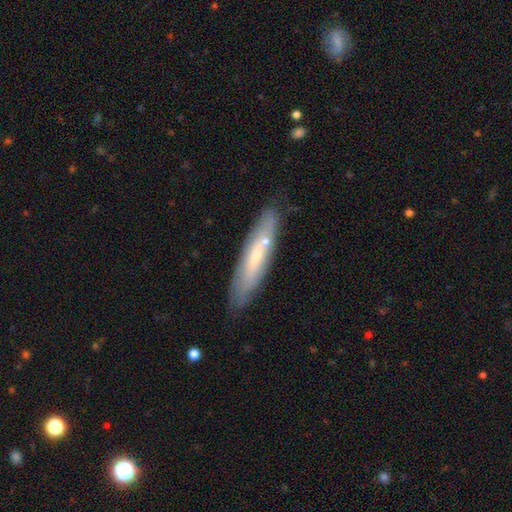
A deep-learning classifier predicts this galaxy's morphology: Smooth or featured? Predicted: smooth (p=0.50). How rounded? Predicted: cigar-shaped (p=0.79). Merging? Predicted: none (p=0.75).